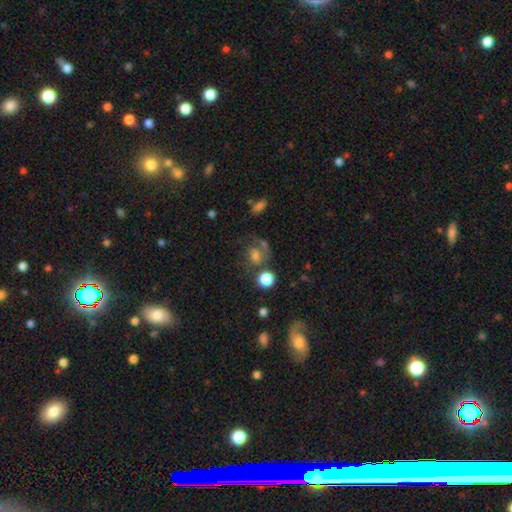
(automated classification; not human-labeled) A smooth galaxy with no disk features (54%) that is round (53%). Merging: none (41%).